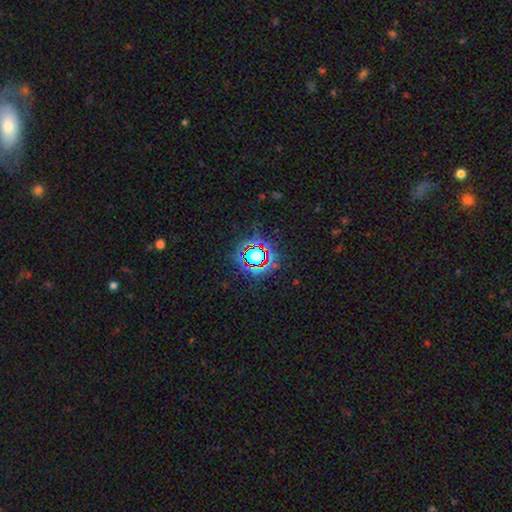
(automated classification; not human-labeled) Q: Smooth or featured?
A: star or artifact (70%); runner-up: smooth (19%)